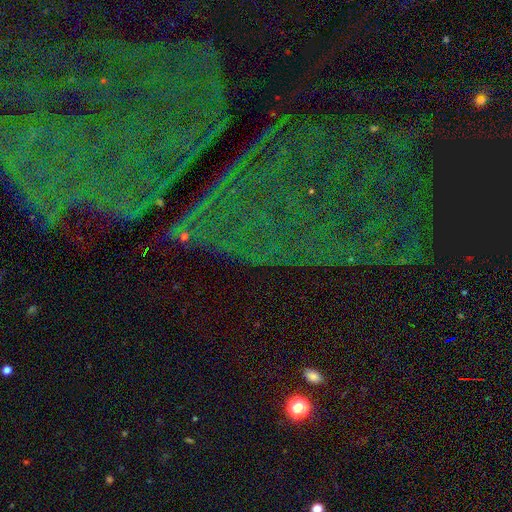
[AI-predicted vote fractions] A star or artifact, not a galaxy (78%).